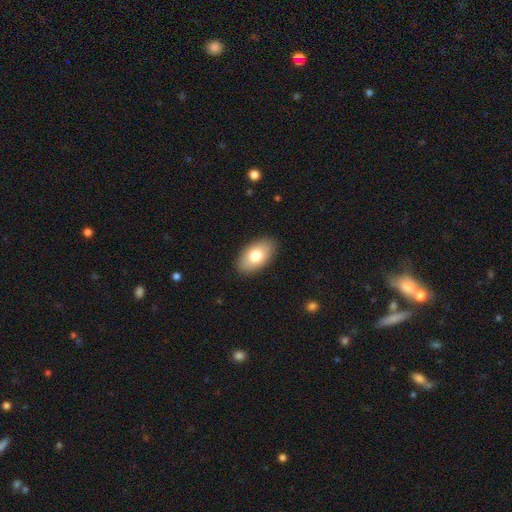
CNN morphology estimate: Smooth or featured: smooth — 77% (featured or disk — 17%)
How rounded: in between — 94% (round — 4%)
Merging: none — 88% (minor disturbance — 9%)